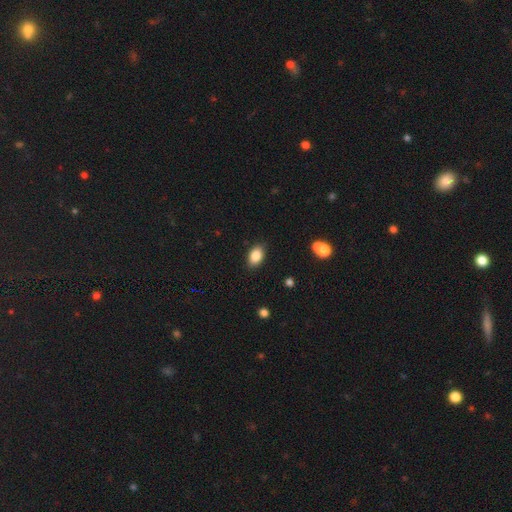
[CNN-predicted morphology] The model was most divided on "merging": none: 86%, minor disturbance: 11%, major disturbance: 2%, merger: 1%. More confident: how rounded — in between (88%); smooth or featured — smooth (86%).